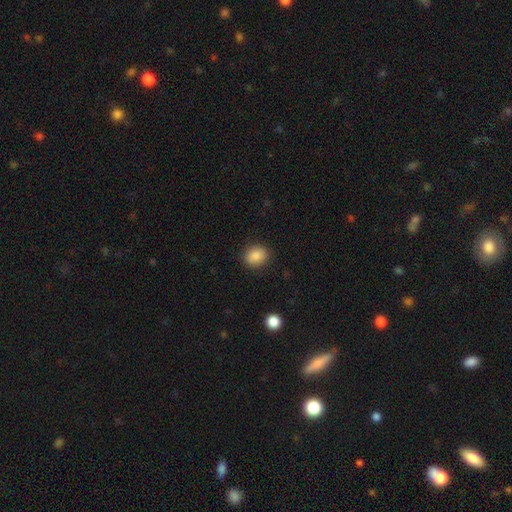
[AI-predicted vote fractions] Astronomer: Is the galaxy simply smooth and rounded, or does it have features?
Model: smooth — 87%.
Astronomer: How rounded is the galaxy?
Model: round — 58% (runner-up: in between, 41%).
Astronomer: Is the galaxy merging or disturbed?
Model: none — 88%.